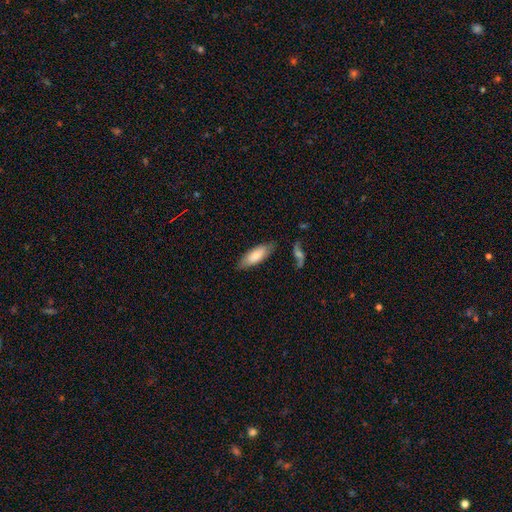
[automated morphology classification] smooth-or-featured: smooth: 79% | featured or disk: 16% | star or artifact: 6%
  how-rounded: in between: 63% | cigar-shaped: 36% | round: 2%
  merging: none: 78% | minor disturbance: 16% | major disturbance: 3% | merger: 3%